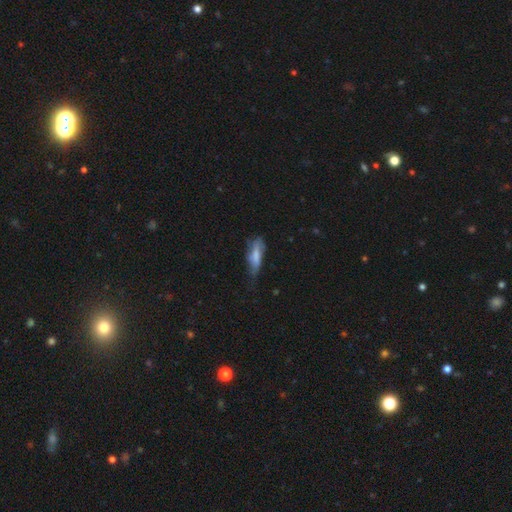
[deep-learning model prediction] The model was most divided on "how rounded": cigar-shaped: 51%, in between: 47%, round: 2%. Remaining: smooth or featured — smooth (60%); merging — none (42%).